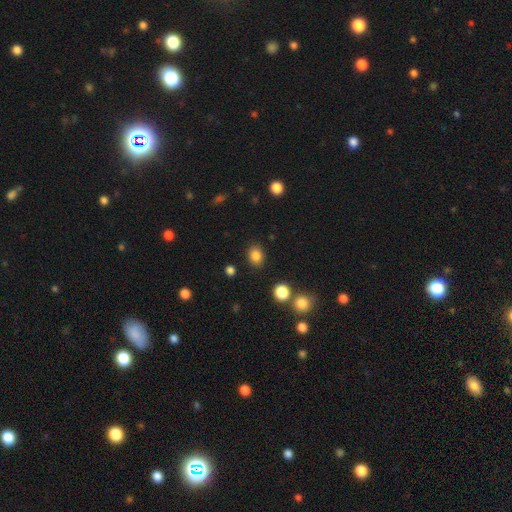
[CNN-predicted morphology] type=smooth (83%); roundness=round (54%); merging=none (86%).